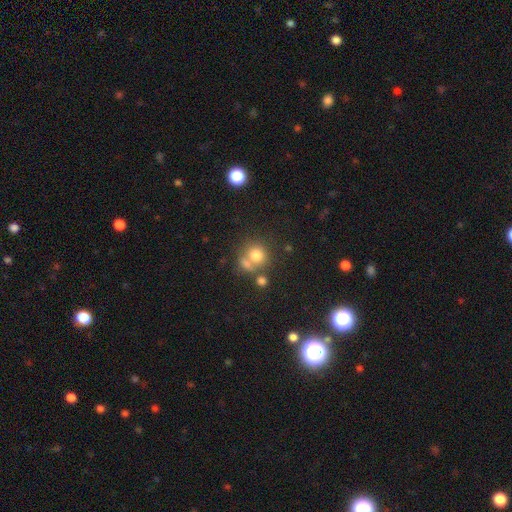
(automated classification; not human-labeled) Overall: smooth (76%). How rounded: round (82%). Merging: none (51%; merger 31%).